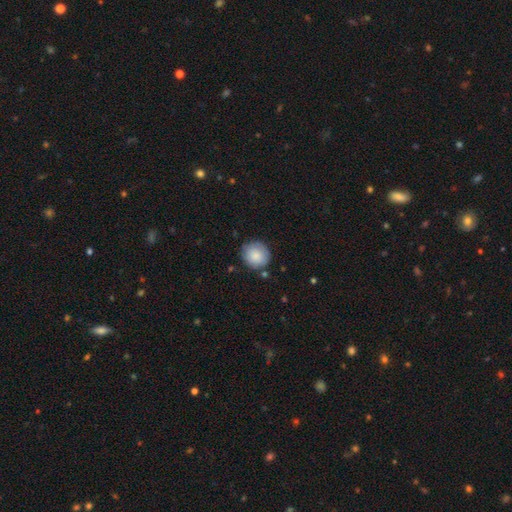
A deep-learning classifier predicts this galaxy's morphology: Q: Smooth or featured?
A: smooth (85%); runner-up: featured or disk (8%)
Q: How rounded?
A: round (90%); runner-up: in between (9%)
Q: Merging?
A: none (78%); runner-up: minor disturbance (15%)